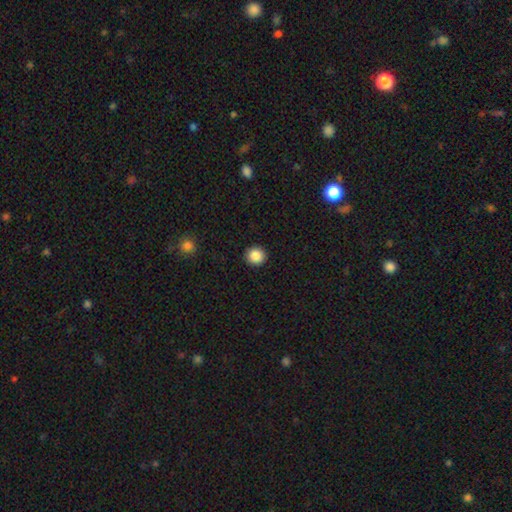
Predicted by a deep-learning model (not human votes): Smooth or featured? Predicted: smooth (p=0.87). How rounded? Predicted: round (p=0.93). Merging? Predicted: none (p=0.93).